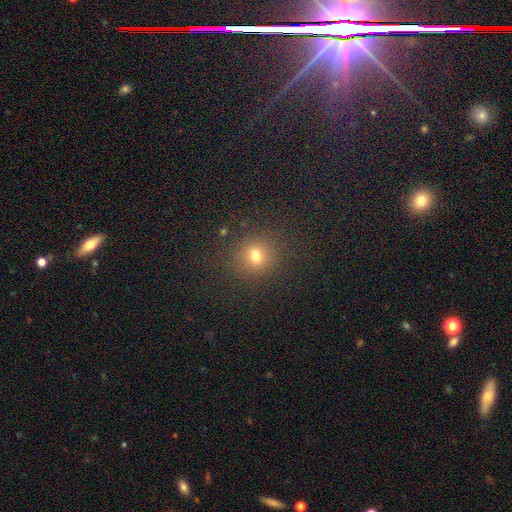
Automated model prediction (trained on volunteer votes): smooth_or_featured: smooth (p=0.73) [alt: star or artifact p=0.19]
how_rounded: round (p=0.83) [alt: in between p=0.16]
merging: none (p=0.85) [alt: minor disturbance p=0.08]